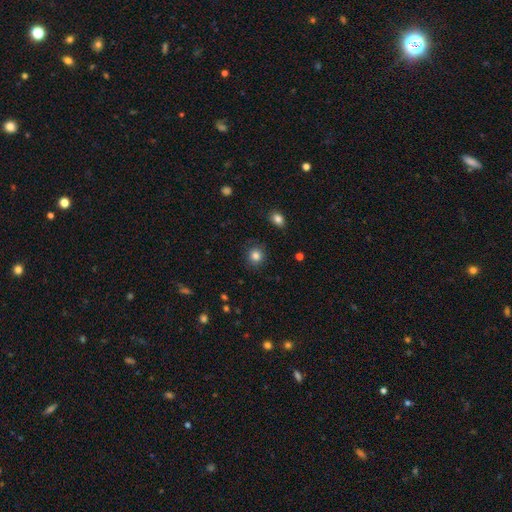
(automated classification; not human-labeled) The model was most divided on "smooth or featured": smooth: 84%, star or artifact: 11%, featured or disk: 5%. More confident: how rounded — round (89%); merging — none (88%).